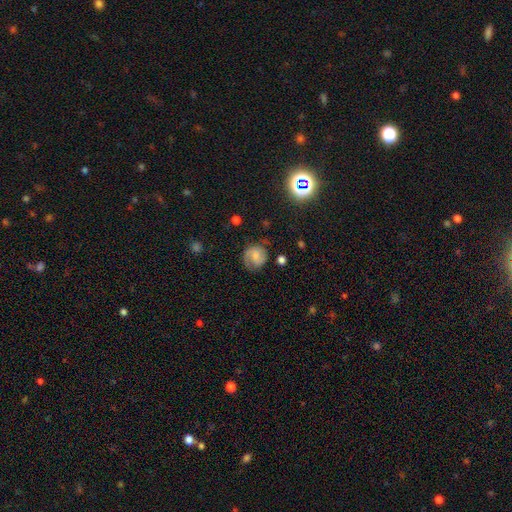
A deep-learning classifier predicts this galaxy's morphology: Q: Smooth or featured?
A: smooth (48%); runner-up: featured or disk (41%)
Q: Merging?
A: none (66%); runner-up: minor disturbance (22%)